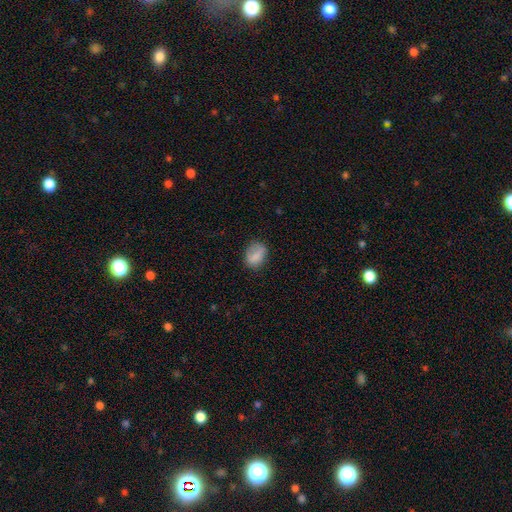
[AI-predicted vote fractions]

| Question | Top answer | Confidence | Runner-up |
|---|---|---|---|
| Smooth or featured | smooth | 81% | featured or disk (10%) |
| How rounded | in between | 68% | round (31%) |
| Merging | none | 67% | minor disturbance (24%) |